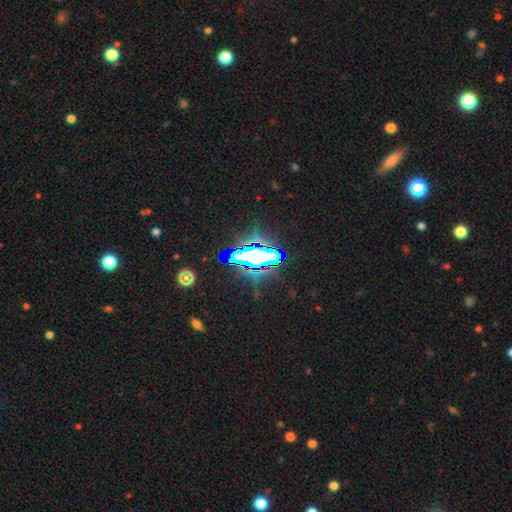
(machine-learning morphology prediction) This appears to be a star or artifact, not a galaxy (72%).